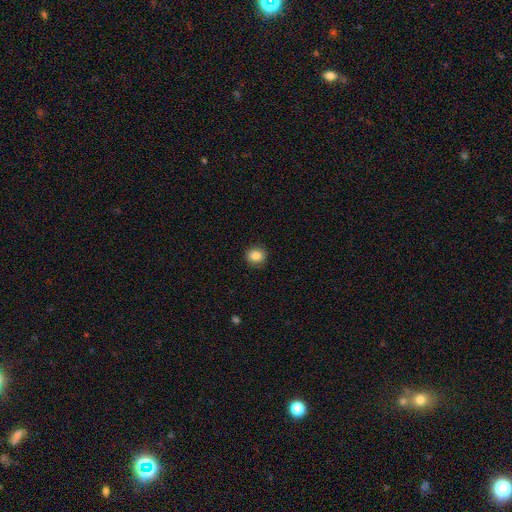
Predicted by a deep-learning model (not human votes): The model was most divided on "how rounded": round: 81%, in between: 18%, cigar-shaped: 1%. More confident: merging — none (88%); smooth or featured — smooth (86%).